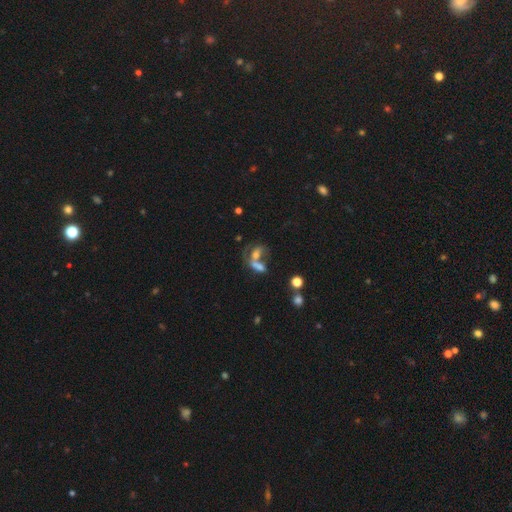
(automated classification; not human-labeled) Smooth or featured: smooth — 44% (featured or disk — 40%)
Merging: merger — 58% (none — 22%)